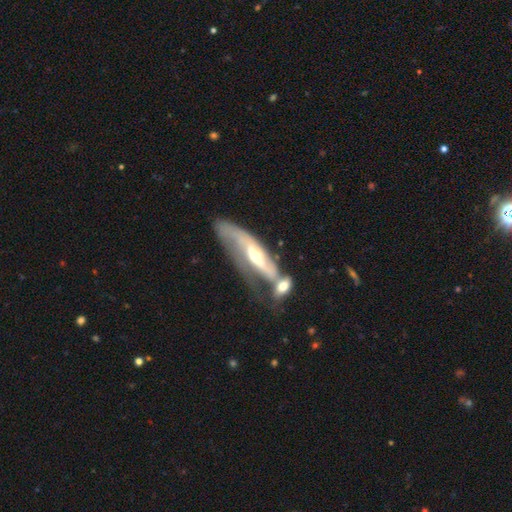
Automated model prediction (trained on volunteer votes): smooth_or_featured: featured or disk (p=0.71) [alt: smooth p=0.24]
disk_edge_on: no (p=0.74) [alt: yes p=0.26]
bar: no (p=0.50) [alt: weak p=0.31]
has_spiral_arms: yes (p=0.70) [alt: no p=0.30]
bulge_size: moderate (p=0.63) [alt: small p=0.27]
merging: merger (p=0.46) [alt: major disturbance p=0.20]